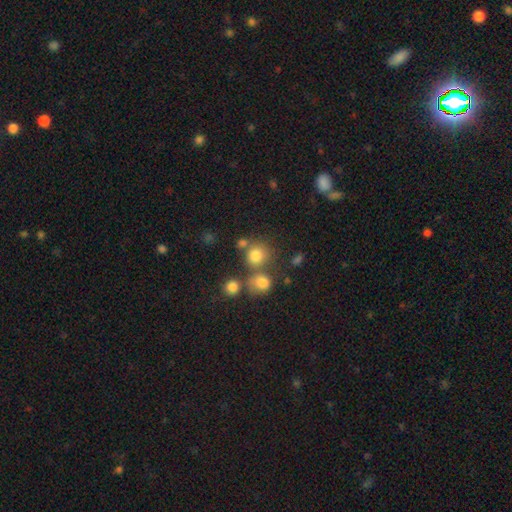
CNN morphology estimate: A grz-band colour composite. It shows a smooth galaxy with no disk features (78%) that is round (86%). Merging: none (61%).